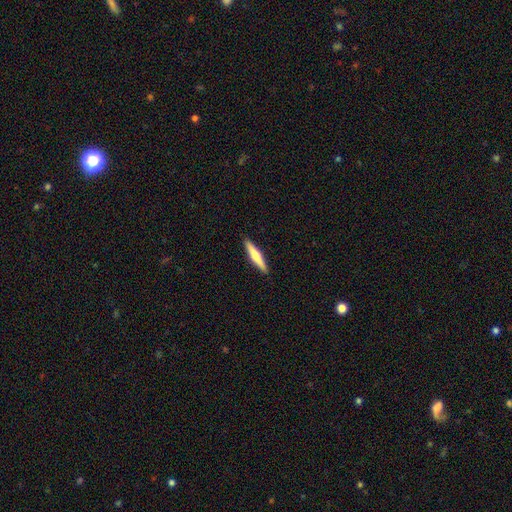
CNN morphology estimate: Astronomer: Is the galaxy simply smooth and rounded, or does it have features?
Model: featured or disk — 51% (runner-up: smooth, 44%).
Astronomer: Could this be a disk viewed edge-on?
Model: yes — 96%.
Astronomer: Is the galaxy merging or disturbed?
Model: none — 91%.